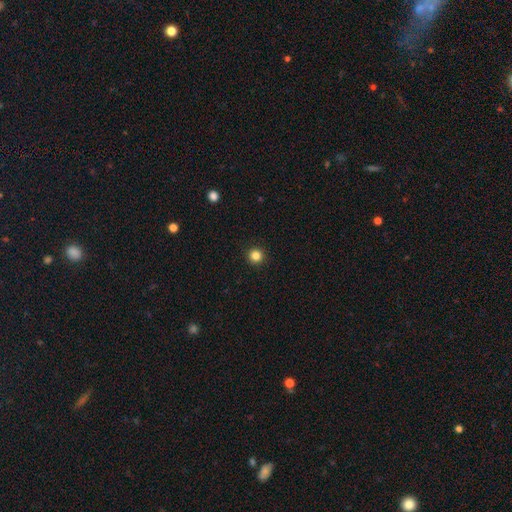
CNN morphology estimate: Smooth or featured? smooth (84%)
How rounded? round (95%)
Merging? none (93%)